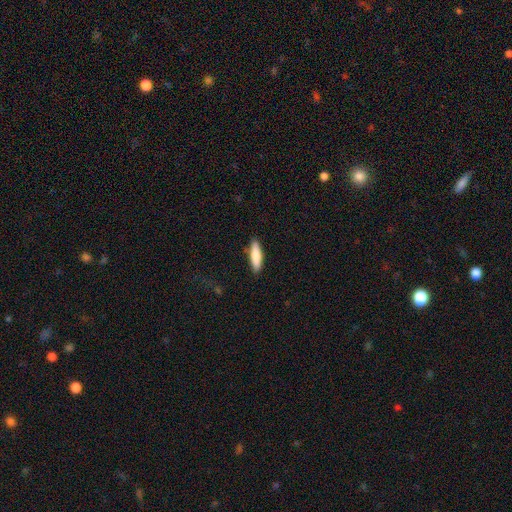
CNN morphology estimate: type=smooth (82%); roundness=cigar-shaped (65%); merging=none (88%).